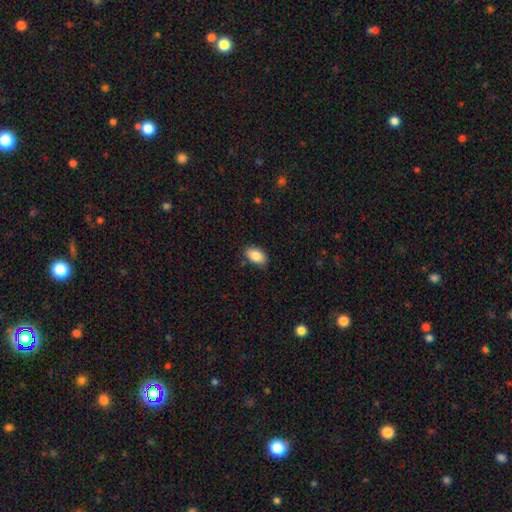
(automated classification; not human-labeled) smooth_or_featured: smooth (p=0.86) [alt: star or artifact p=0.07]
how_rounded: in between (p=0.92) [alt: round p=0.06]
merging: none (p=0.84) [alt: minor disturbance p=0.12]